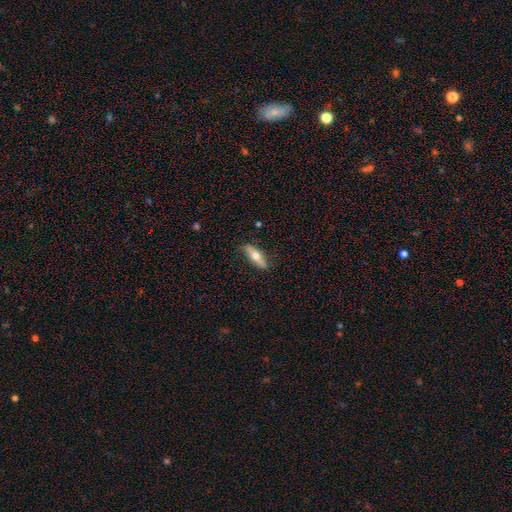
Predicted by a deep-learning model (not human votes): smooth-or-featured: smooth: 57% | featured or disk: 38% | star or artifact: 6%
  how-rounded: in between: 52% | cigar-shaped: 45% | round: 3%
  merging: none: 82% | minor disturbance: 15% | major disturbance: 3% | merger: 1%